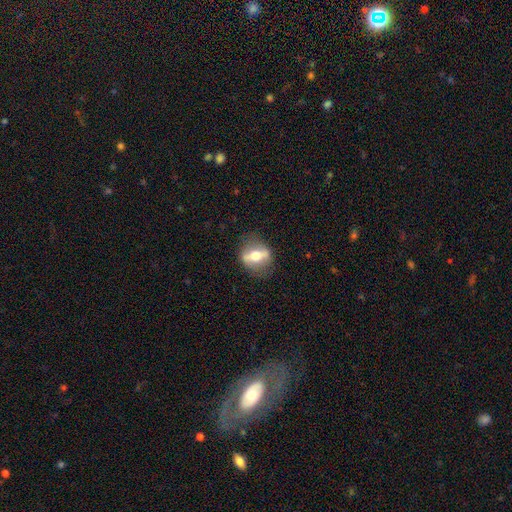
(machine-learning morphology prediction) Q: Smooth or featured?
A: featured or disk (59%); runner-up: smooth (34%)
Q: Edge-on disk?
A: no (55%); runner-up: yes (45%)
Q: Merging?
A: none (78%); runner-up: minor disturbance (14%)